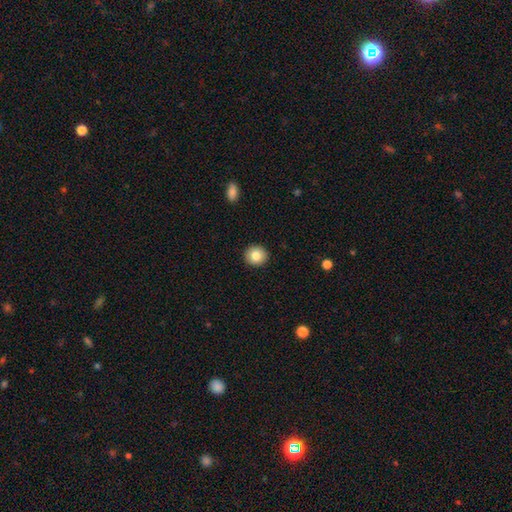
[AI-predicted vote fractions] Morphology: type=smooth (83%); roundness=round (90%); merging=none (92%).